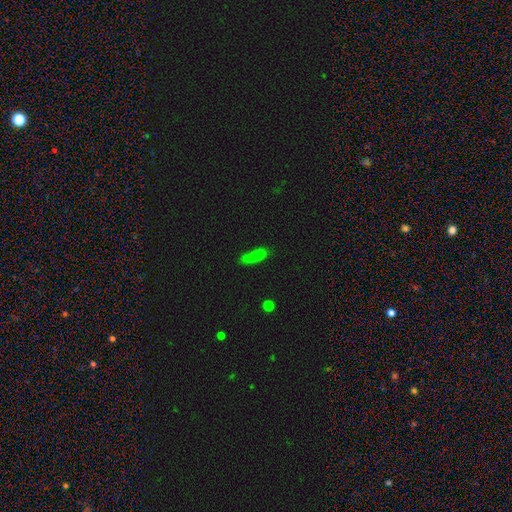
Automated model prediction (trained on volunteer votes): Smooth or featured: smooth — 78% (star or artifact — 12%)
How rounded: cigar-shaped — 57% (in between — 39%)
Merging: none — 59% (minor disturbance — 25%)